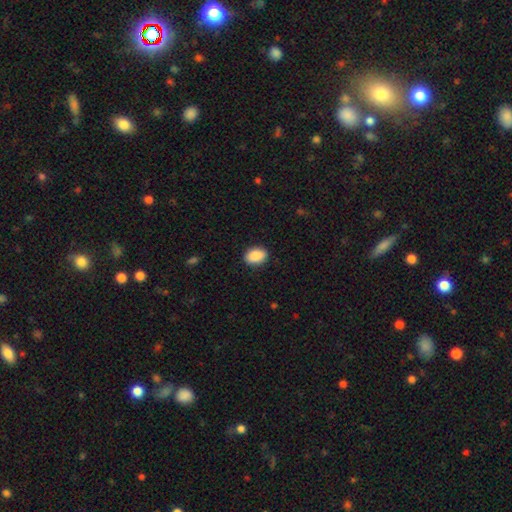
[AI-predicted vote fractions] Smooth or featured?
  - smooth: 90% *
  - star or artifact: 7%
  - featured or disk: 3%
How rounded?
  - in between: 80% *
  - round: 19%
  - cigar-shaped: 1%
Merging?
  - none: 89% *
  - minor disturbance: 8%
  - major disturbance: 2%
  - merger: 1%